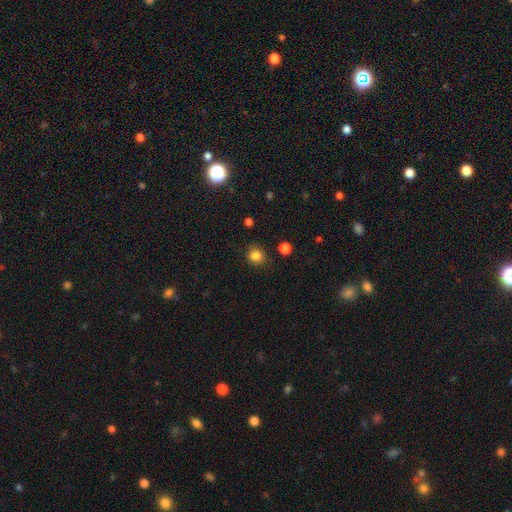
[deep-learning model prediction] smooth 83%, star or artifact 13%, featured or disk 4%. Down the decision tree: how rounded — round (79%); merging — none (82%).